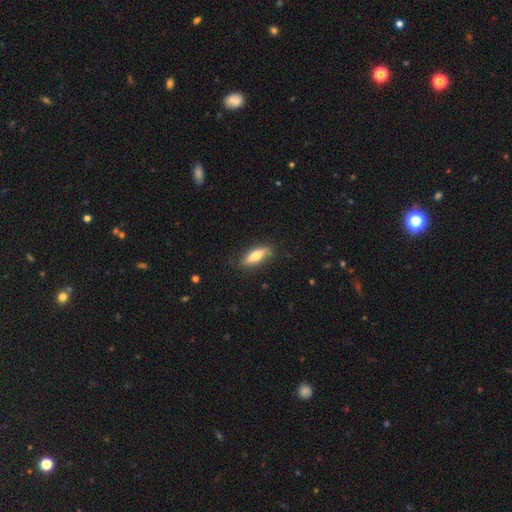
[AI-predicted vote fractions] This is likely a smooth galaxy (66%). How rounded: possibly in between (49%). Merging: clearly none (84%).